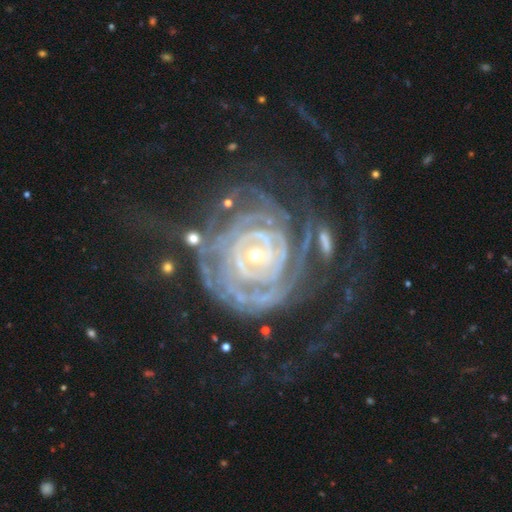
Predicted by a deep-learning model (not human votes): Smooth or featured?
  - featured or disk: 89% *
  - star or artifact: 6%
  - smooth: 5%
Edge-on disk?
  - no: 97% *
  - yes: 3%
Bar?
  - no: 65% *
  - weak: 22%
  - strong: 13%
Spiral arms?
  - yes: 95% *
  - no: 5%
Spiral winding?
  - tight: 80% *
  - medium: 15%
  - loose: 6%
Spiral arm count?
  - can't tell: 31% *
  - 2: 21%
  - 3: 13%
  - more than 4: 13%
  - 4: 13%
  - 1: 9%
Bulge size?
  - small: 72% *
  - moderate: 24%
  - large: 2%
  - none: 1%
  - dominant: 1%
Merging?
  - none: 47% *
  - major disturbance: 31%
  - minor disturbance: 16%
  - merger: 6%